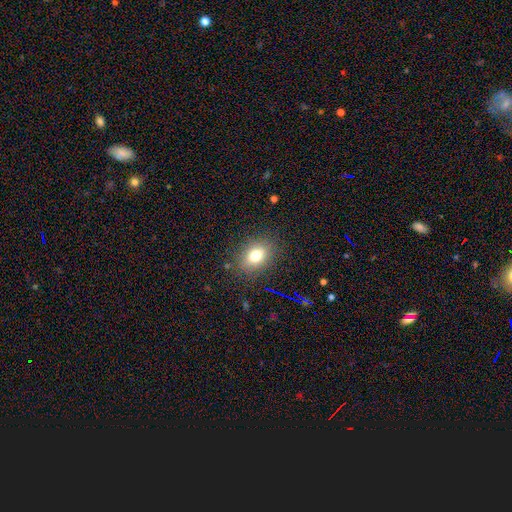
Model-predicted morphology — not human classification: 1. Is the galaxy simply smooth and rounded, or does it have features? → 77% smooth, 13% star or artifact, 10% featured or disk.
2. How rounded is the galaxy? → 69% in between, 30% round, 1% cigar-shaped.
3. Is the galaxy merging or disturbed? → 84% none, 11% minor disturbance, 4% major disturbance, 1% merger.